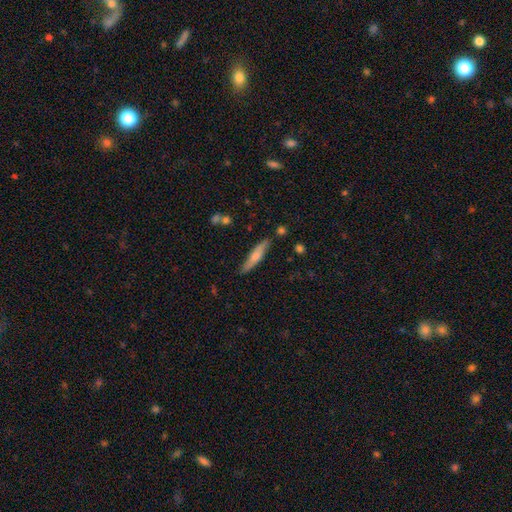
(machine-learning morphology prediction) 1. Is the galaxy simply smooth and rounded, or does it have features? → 60% smooth, 34% featured or disk, 6% star or artifact.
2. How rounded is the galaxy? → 86% cigar-shaped, 12% in between, 2% round.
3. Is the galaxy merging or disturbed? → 82% none, 13% minor disturbance, 3% merger, 2% major disturbance.